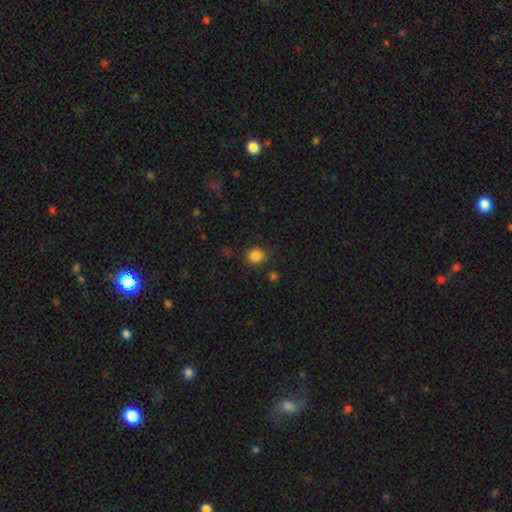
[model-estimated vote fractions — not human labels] smooth 85%, star or artifact 11%, featured or disk 4%. Down the decision tree: how rounded — round (75%); merging — none (84%).